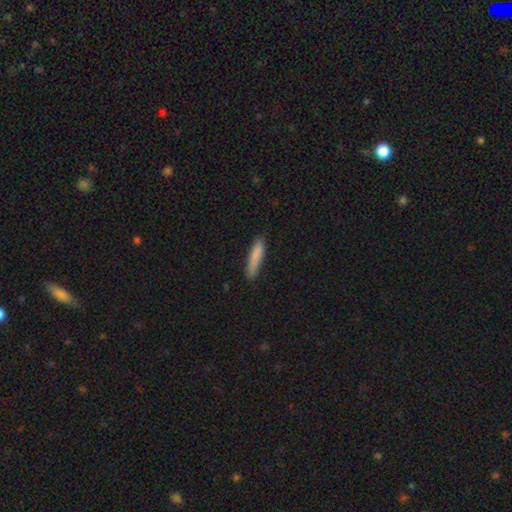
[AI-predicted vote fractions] smooth-or-featured: smooth: 83% | featured or disk: 11% | star or artifact: 6%
  how-rounded: cigar-shaped: 86% | in between: 12% | round: 1%
  merging: none: 79% | minor disturbance: 17% | major disturbance: 3% | merger: 2%